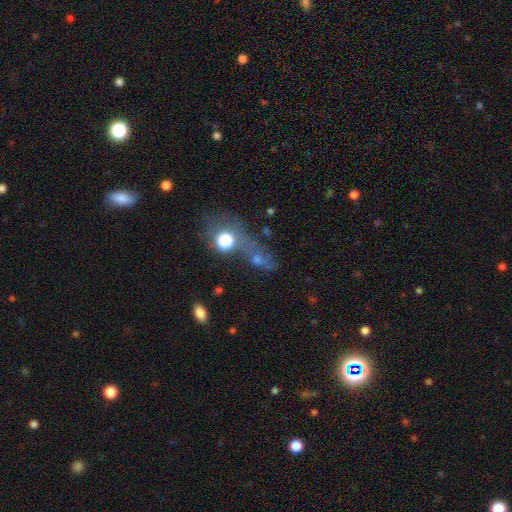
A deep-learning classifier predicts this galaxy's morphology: type=smooth (44%); merging=none (34%).